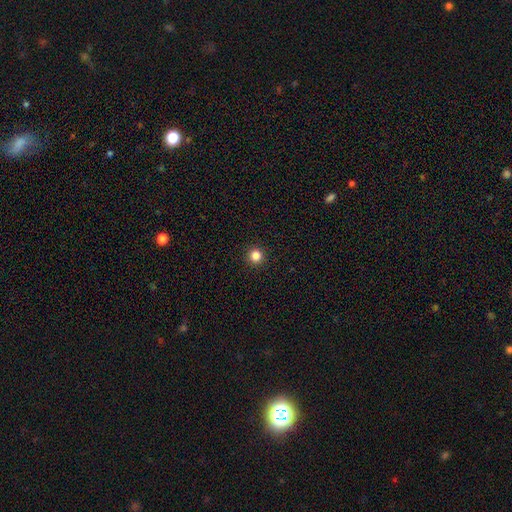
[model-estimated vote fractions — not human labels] smooth 84%, star or artifact 13%, featured or disk 4%. Down the decision tree: how rounded — round (96%); merging — none (94%).